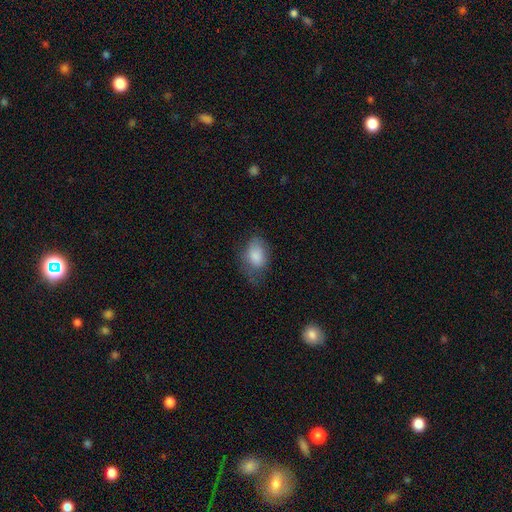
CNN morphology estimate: This is clearly a smooth galaxy (81%). How rounded: clearly in between (84%). Merging: possibly none (47%).